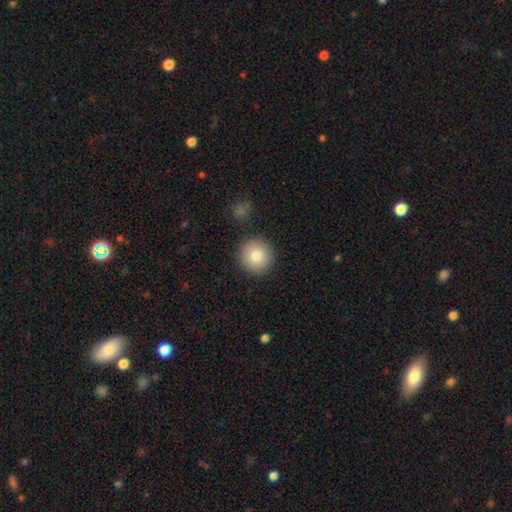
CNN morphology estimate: smooth-or-featured: smooth: 84% | star or artifact: 8% | featured or disk: 8%
  how-rounded: round: 95% | in between: 5% | cigar-shaped: 1%
  merging: none: 89% | minor disturbance: 6% | merger: 2% | major disturbance: 2%